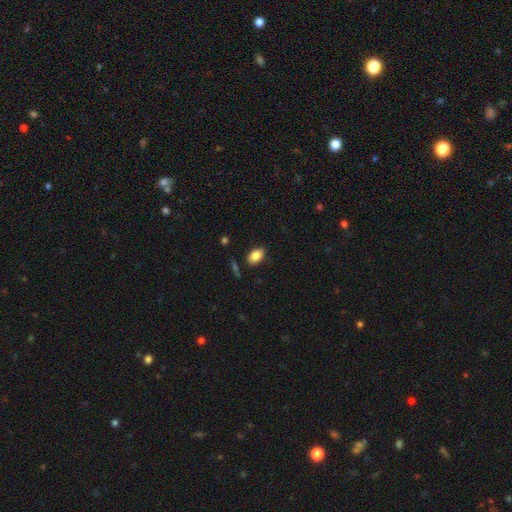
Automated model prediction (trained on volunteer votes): The model was most divided on "merging": none: 82%, minor disturbance: 12%, major disturbance: 3%, merger: 2%. More confident: how rounded — in between (88%); smooth or featured — smooth (84%).